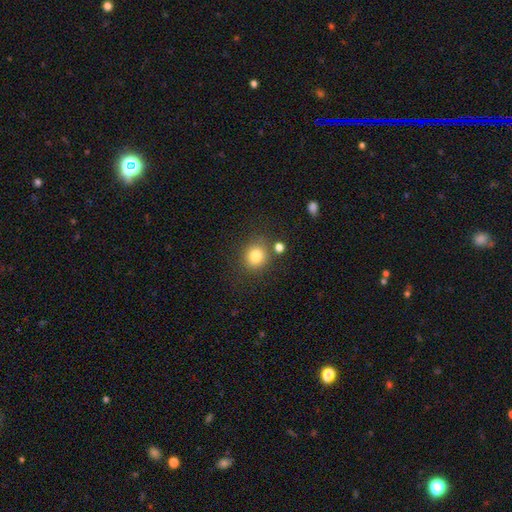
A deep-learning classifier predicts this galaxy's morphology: The model was most divided on "how rounded": round: 83%, in between: 16%, cigar-shaped: 1%. More confident: smooth or featured — smooth (82%); merging — none (78%).